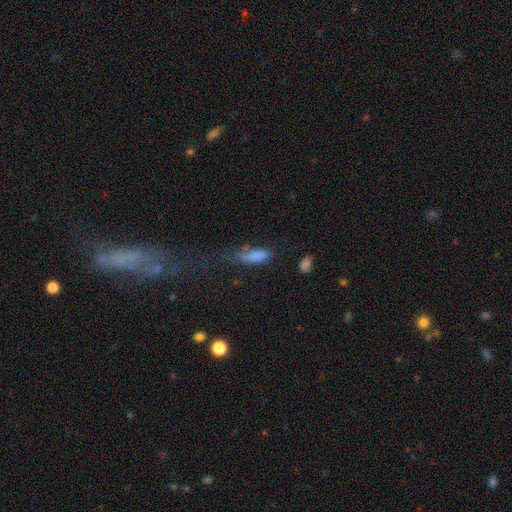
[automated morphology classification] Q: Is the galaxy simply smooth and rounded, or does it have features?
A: smooth — 77%.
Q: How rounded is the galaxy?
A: in between — 63%.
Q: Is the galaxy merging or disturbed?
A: none — 36%.